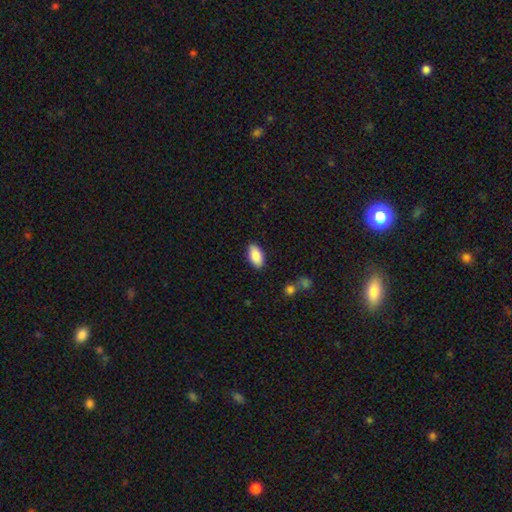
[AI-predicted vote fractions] Q: Smooth or featured?
A: smooth (88%); runner-up: star or artifact (6%)
Q: How rounded?
A: in between (94%); runner-up: cigar-shaped (3%)
Q: Merging?
A: none (87%); runner-up: minor disturbance (10%)